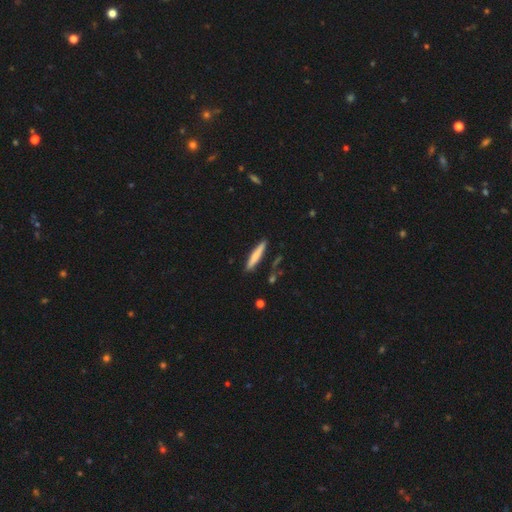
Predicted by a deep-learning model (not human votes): Smooth or featured?
  - smooth: 70% *
  - featured or disk: 24%
  - star or artifact: 5%
How rounded?
  - cigar-shaped: 93% *
  - in between: 6%
  - round: 1%
Merging?
  - none: 87% *
  - minor disturbance: 9%
  - merger: 2%
  - major disturbance: 2%